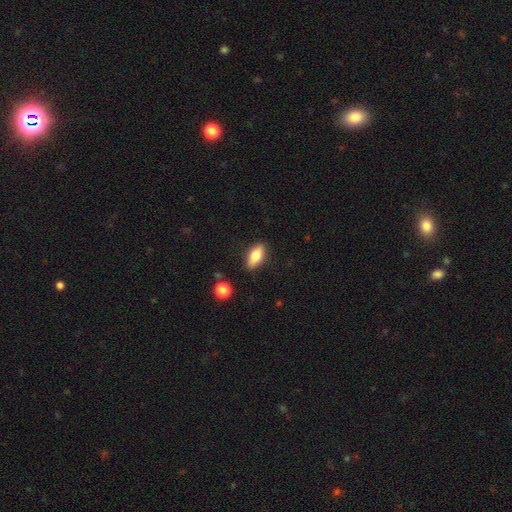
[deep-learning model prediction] Smooth or featured? smooth (75%)
How rounded? in between (83%)
Merging? none (86%)